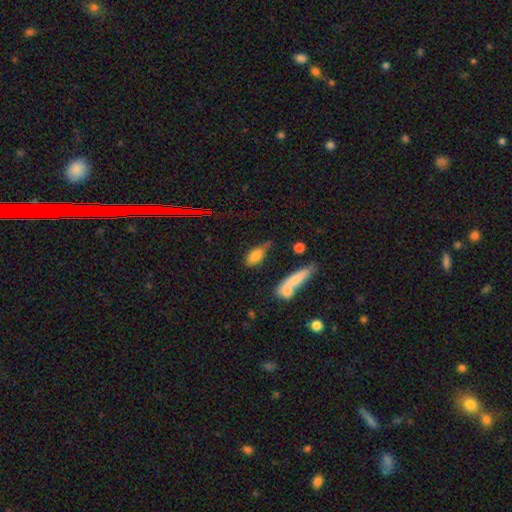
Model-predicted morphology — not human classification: Overall: smooth (72%). How rounded: in between (73%). Merging: none (43%; minor disturbance 31%).